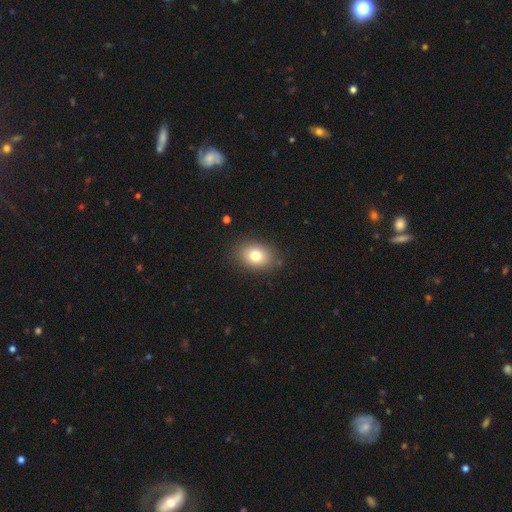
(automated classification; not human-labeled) Smooth or featured: smooth — 78% (featured or disk — 11%)
How rounded: in between — 68% (round — 31%)
Merging: none — 86% (minor disturbance — 10%)